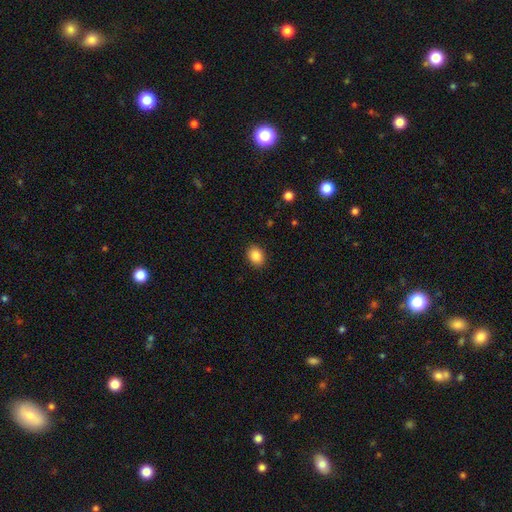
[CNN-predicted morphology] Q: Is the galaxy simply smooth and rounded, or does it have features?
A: smooth — 87%.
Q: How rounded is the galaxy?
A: in between — 61%.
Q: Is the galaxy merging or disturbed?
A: none — 90%.